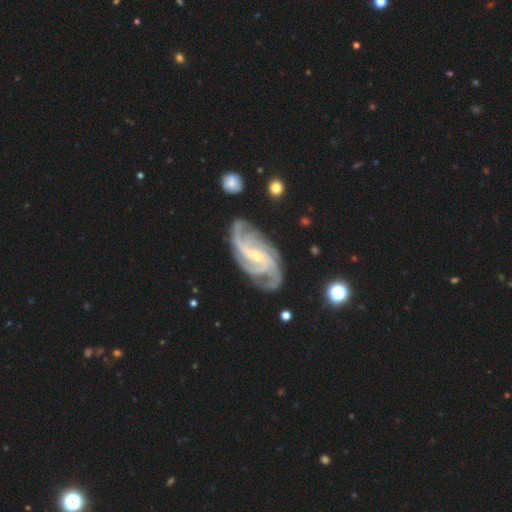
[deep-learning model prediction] Smooth or featured? featured or disk (93%)
Edge-on disk? no (97%)
Bar? weak (42%)
Spiral arms? yes (99%)
Spiral winding? medium (47%)
Spiral arm count? 4 (34%)
Bulge size? small (73%)
Merging? none (75%)